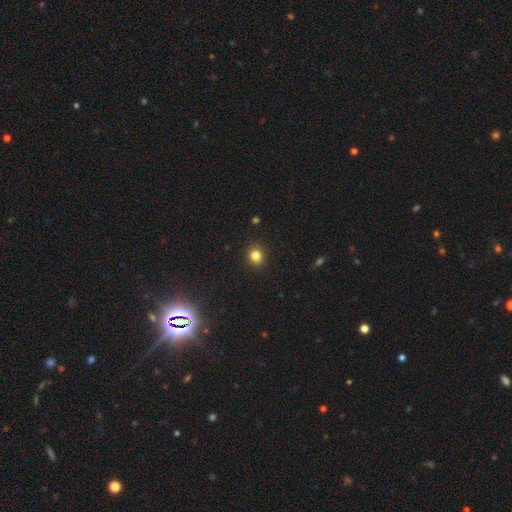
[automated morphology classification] Smooth or featured: smooth — 83% (star or artifact — 12%)
How rounded: round — 75% (in between — 24%)
Merging: none — 91% (minor disturbance — 6%)